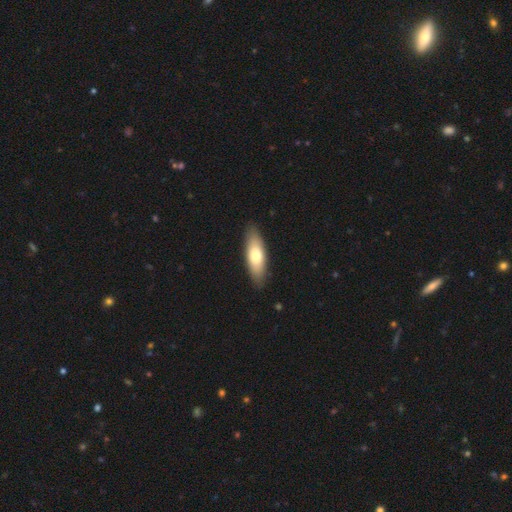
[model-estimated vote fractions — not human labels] A smooth galaxy with no disk features (70%) that is in between round and cigar-shaped (59%). Merging: none (87%).